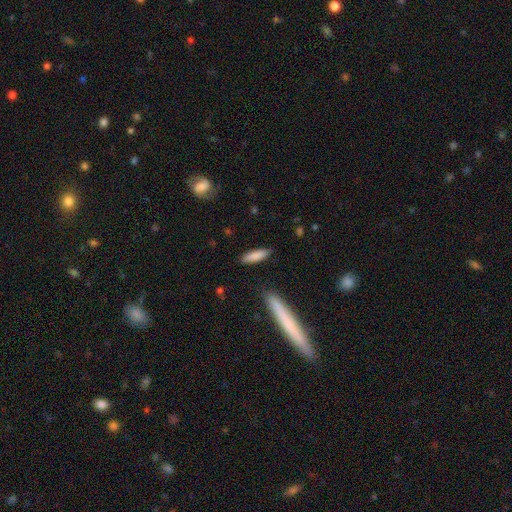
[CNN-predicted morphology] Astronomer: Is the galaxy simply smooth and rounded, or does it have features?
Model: smooth — 85%.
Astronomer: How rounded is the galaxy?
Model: cigar-shaped — 61% (runner-up: in between, 37%).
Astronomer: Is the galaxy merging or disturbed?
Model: none — 87%.